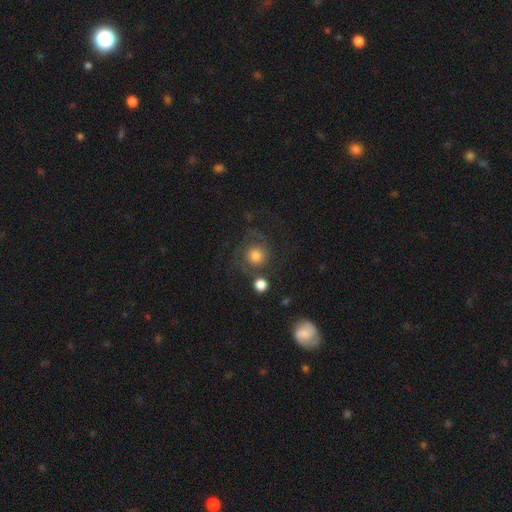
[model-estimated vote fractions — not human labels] Overall: smooth (48%; featured or disk 42%). Merging: none (54%; major disturbance 19%).